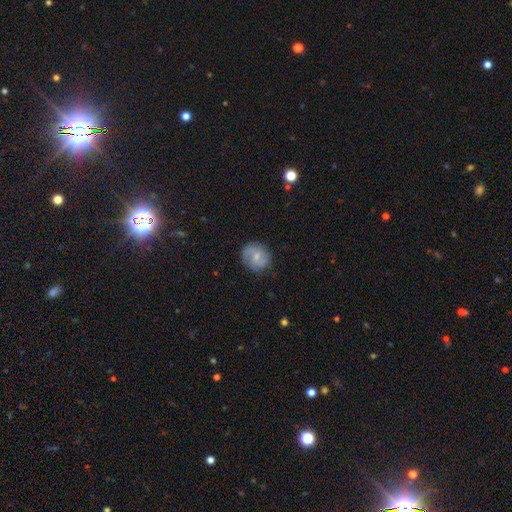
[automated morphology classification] Smooth or featured? featured or disk (49%)
Merging? none (78%)